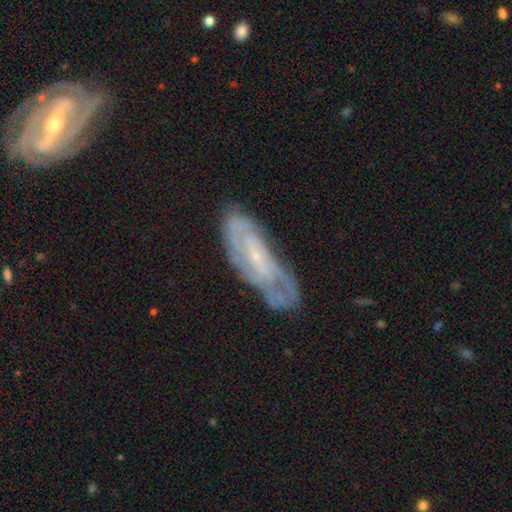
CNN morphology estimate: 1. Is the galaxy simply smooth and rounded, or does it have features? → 72% featured or disk, 19% smooth, 8% star or artifact.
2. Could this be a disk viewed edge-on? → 84% no, 16% yes.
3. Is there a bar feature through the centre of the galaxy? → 56% no, 34% weak, 10% strong.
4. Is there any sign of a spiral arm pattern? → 82% yes, 18% no.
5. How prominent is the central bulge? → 71% small, 18% moderate, 9% none, 1% large, 1% dominant.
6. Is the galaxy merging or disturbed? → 69% none, 21% minor disturbance, 8% major disturbance, 2% merger.